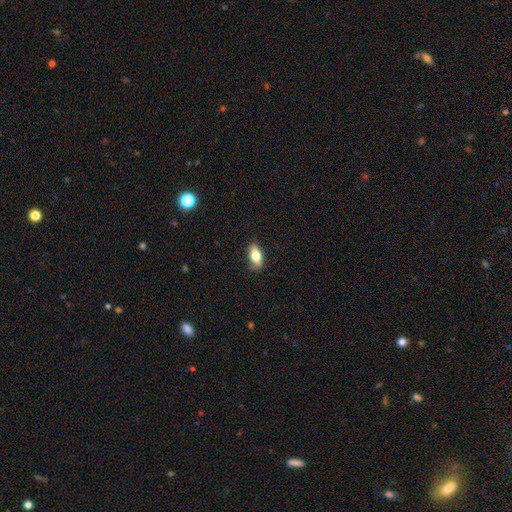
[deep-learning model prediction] Smooth or featured?
  - smooth: 71% *
  - featured or disk: 22%
  - star or artifact: 7%
How rounded?
  - in between: 81% *
  - cigar-shaped: 15%
  - round: 4%
Merging?
  - none: 77% *
  - minor disturbance: 18%
  - major disturbance: 4%
  - merger: 1%